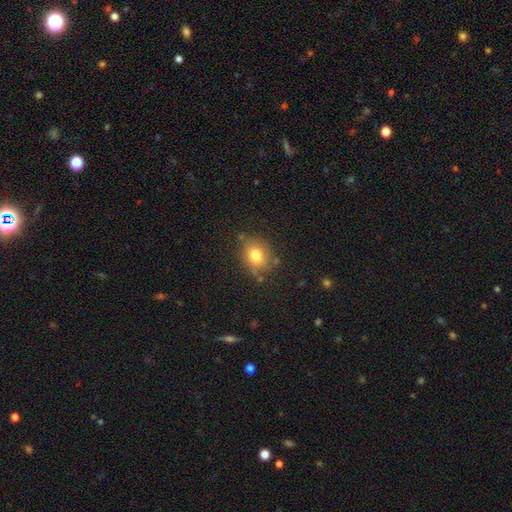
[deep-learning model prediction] smooth-or-featured: smooth: 77% | star or artifact: 12% | featured or disk: 11%
  how-rounded: round: 66% | in between: 33% | cigar-shaped: 1%
  merging: none: 77% | minor disturbance: 15% | major disturbance: 4% | merger: 4%